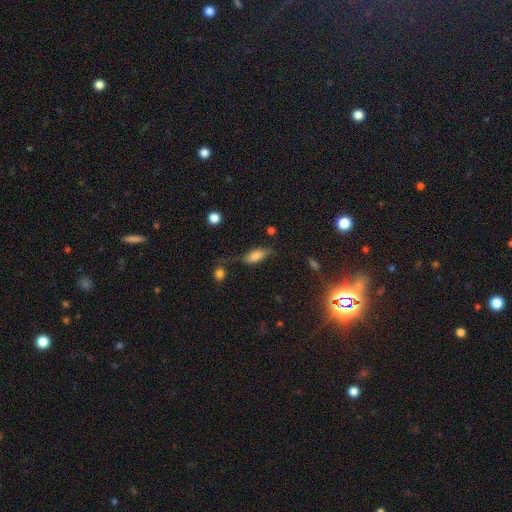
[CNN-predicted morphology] A smooth galaxy with no disk features (72%) that is in between round and cigar-shaped (77%). Merging: none (53%).